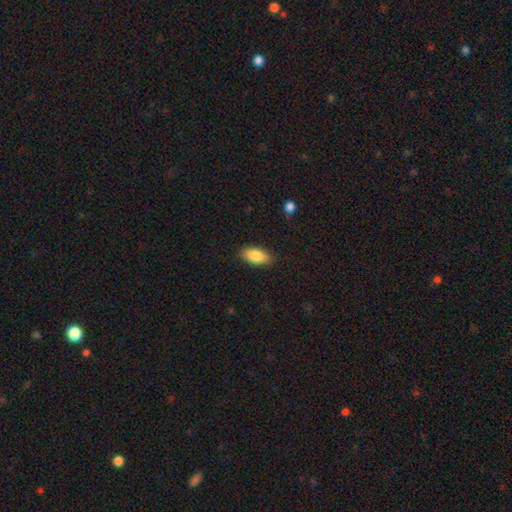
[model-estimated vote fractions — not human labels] A smooth galaxy with no disk features (86%) that is in between round and cigar-shaped (89%).

Vote fractions:
- Smooth or featured? smooth: 86% / featured or disk: 7% / star or artifact: 6%
- How rounded? in between: 89% / cigar-shaped: 8% / round: 3%
- Merging? none: 86% / minor disturbance: 10% / major disturbance: 2% / merger: 1%